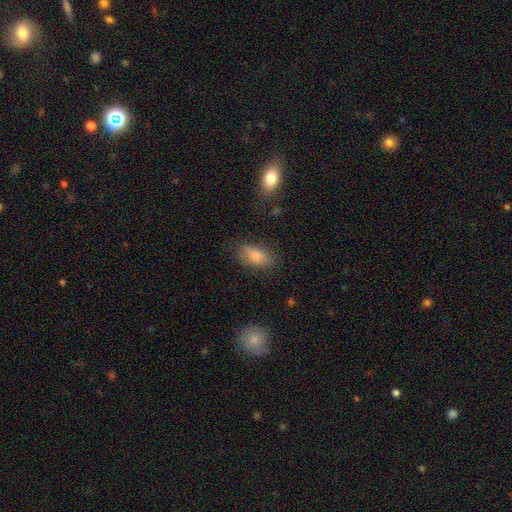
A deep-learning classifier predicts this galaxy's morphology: smooth 83%, featured or disk 9%, star or artifact 8%. Down the decision tree: how rounded — in between (89%); merging — none (75%).